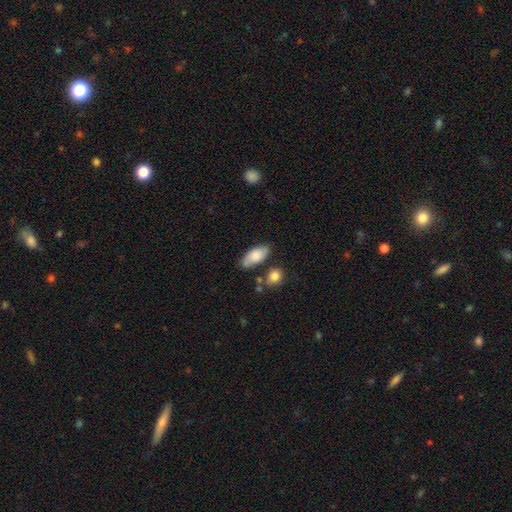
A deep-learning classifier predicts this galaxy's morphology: Smooth or featured: smooth — 74% (featured or disk — 20%)
How rounded: in between — 88% (cigar-shaped — 9%)
Merging: none — 68% (minor disturbance — 19%)